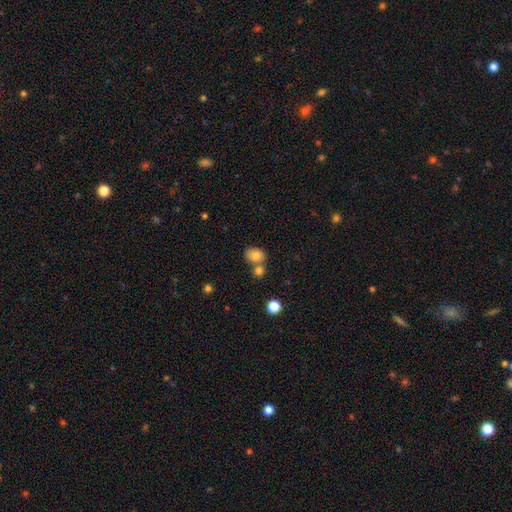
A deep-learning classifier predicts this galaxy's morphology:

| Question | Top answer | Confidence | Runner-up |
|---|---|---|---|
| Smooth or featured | smooth | 79% | featured or disk (11%) |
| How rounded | in between | 51% | round (48%) |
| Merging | none | 49% | merger (36%) |